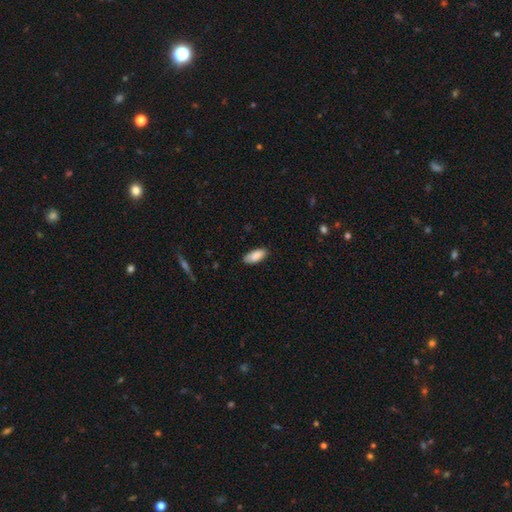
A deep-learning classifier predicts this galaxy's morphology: A smooth galaxy with no disk features (88%) that is in between round and cigar-shaped (86%).

Vote fractions:
- Smooth or featured? smooth: 88% / featured or disk: 6% / star or artifact: 6%
- How rounded? in between: 86% / cigar-shaped: 12% / round: 2%
- Merging? none: 84% / minor disturbance: 13% / major disturbance: 2% / merger: 1%